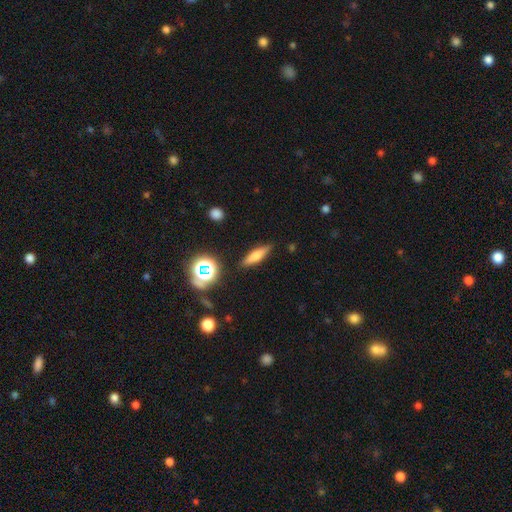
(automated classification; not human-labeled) smooth 63%, featured or disk 24%, star or artifact 12%. Down the decision tree: how rounded — cigar-shaped (67%); merging — none (85%).